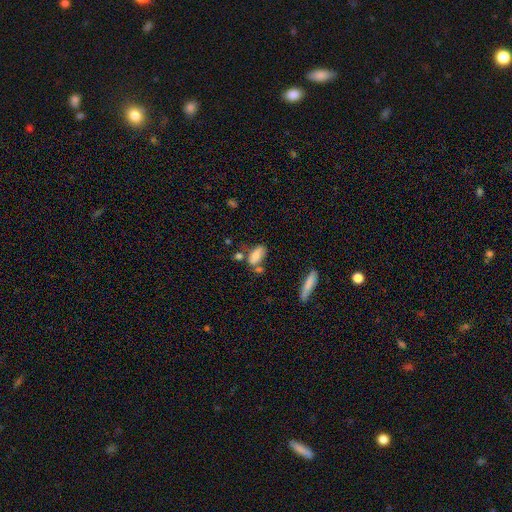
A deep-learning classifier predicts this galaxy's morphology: Overall: smooth (76%). How rounded: in between (88%). Merging: none (48%; minor disturbance 22%).